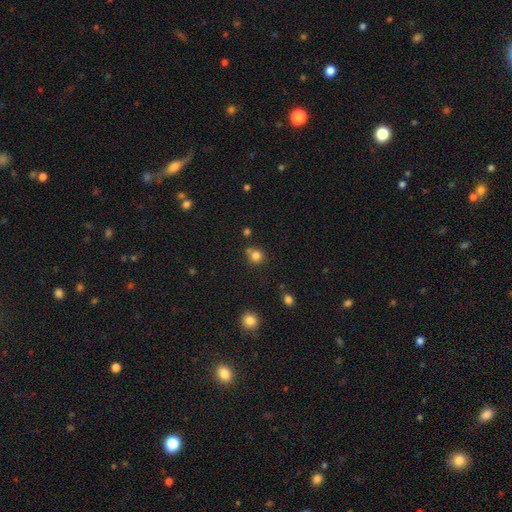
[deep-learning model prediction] The model was most divided on "merging": none: 62%, merger: 23%, minor disturbance: 11%, major disturbance: 4%. More confident: how rounded — round (88%); smooth or featured — smooth (80%).